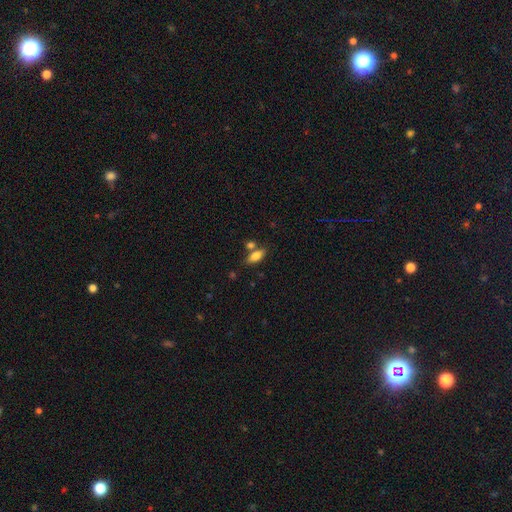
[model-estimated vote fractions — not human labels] Smooth or featured: smooth — 82% (featured or disk — 11%)
How rounded: in between — 85% (cigar-shaped — 12%)
Merging: none — 63% (merger — 21%)